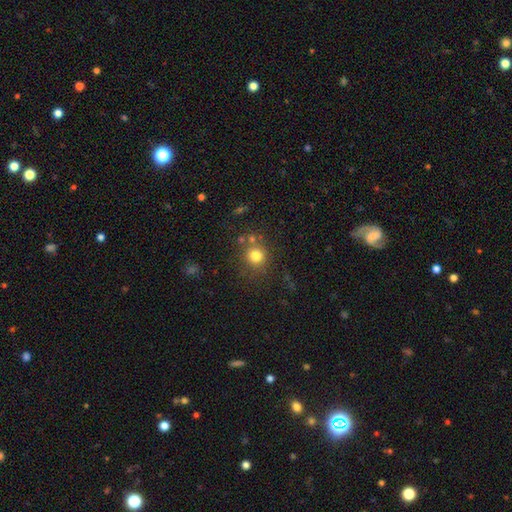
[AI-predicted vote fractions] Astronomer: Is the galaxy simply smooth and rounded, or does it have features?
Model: smooth — 78%.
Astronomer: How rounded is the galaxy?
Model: round — 90%.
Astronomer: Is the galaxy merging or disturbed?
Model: none — 75%.